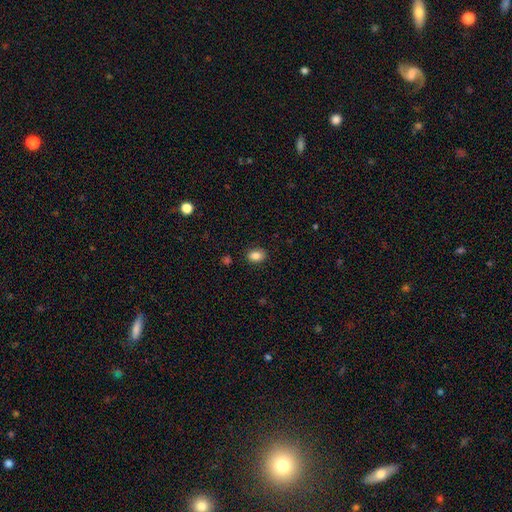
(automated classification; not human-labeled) Overall: smooth (86%). How rounded: in between (79%). Merging: none (87%).